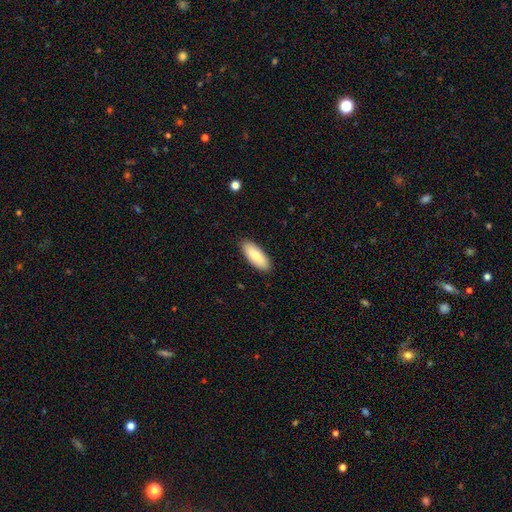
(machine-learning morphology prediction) smooth_or_featured: smooth (p=0.85) [alt: featured or disk p=0.10]
how_rounded: in between (p=0.75) [alt: cigar-shaped p=0.23]
merging: none (p=0.90) [alt: minor disturbance p=0.08]